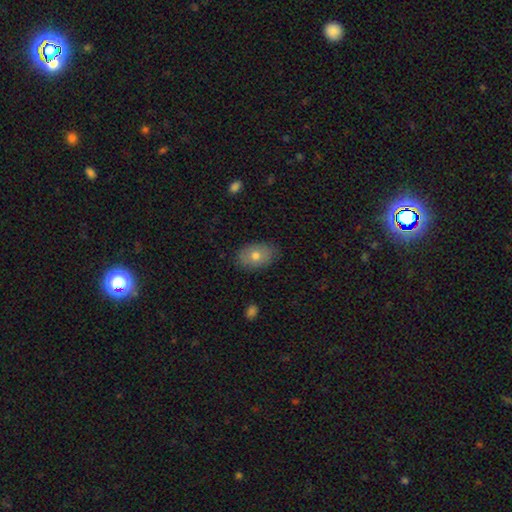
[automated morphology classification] Smooth or featured: smooth — 73% (featured or disk — 19%)
How rounded: in between — 83% (round — 16%)
Merging: none — 85% (minor disturbance — 11%)